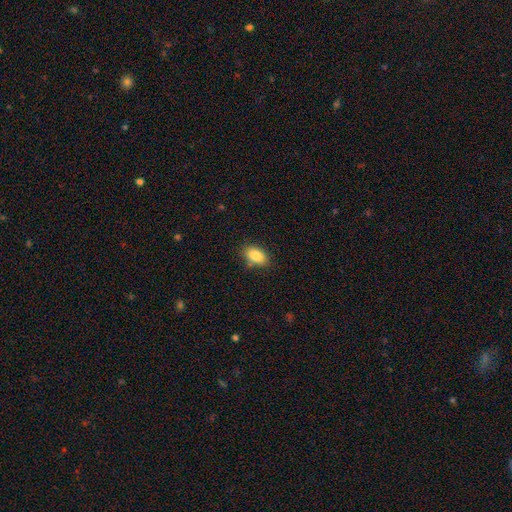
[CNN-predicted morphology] This appears to be a smooth galaxy with no disk features (86%) that is in between round and cigar-shaped (89%). Merging: none (79%).